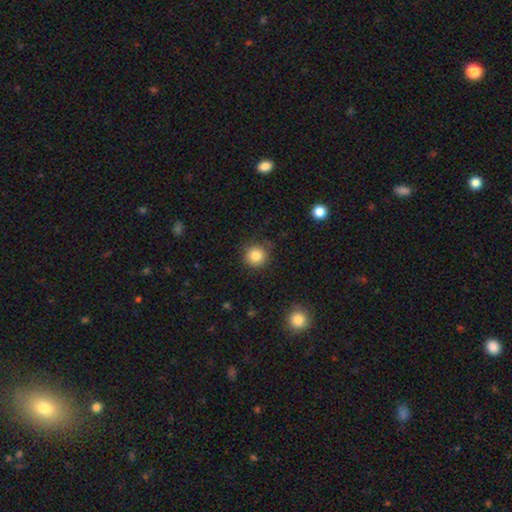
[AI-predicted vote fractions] A smooth galaxy with no disk features (84%) that is round (94%).

Vote fractions:
- Smooth or featured? smooth: 84% / star or artifact: 10% / featured or disk: 5%
- How rounded? round: 94% / in between: 5% / cigar-shaped: 1%
- Merging? none: 85% / minor disturbance: 11% / major disturbance: 3% / merger: 1%